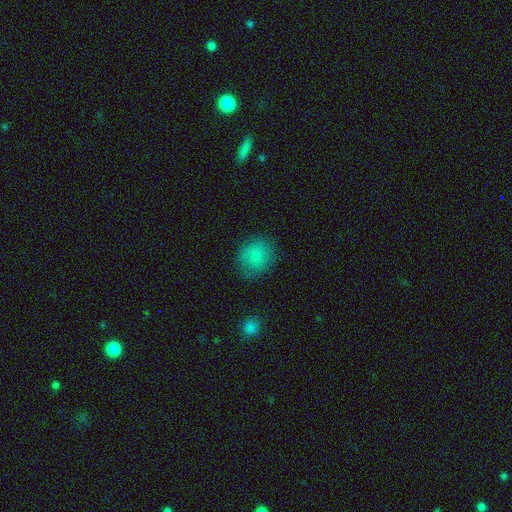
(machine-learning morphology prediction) This is clearly a smooth galaxy (83%). How rounded: likely round (74%). Merging: likely none (78%).